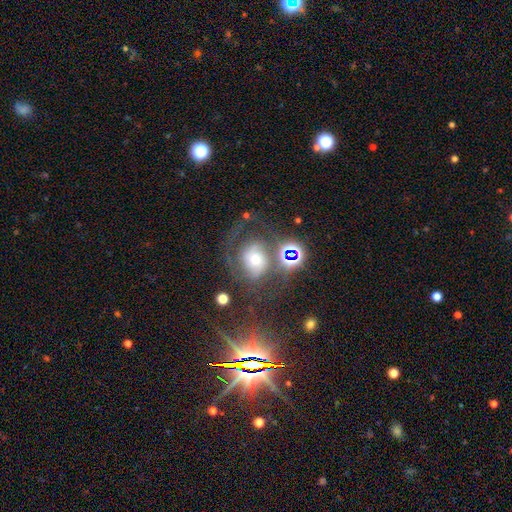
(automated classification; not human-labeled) smooth_or_featured: featured or disk (p=0.58) [alt: star or artifact p=0.26]
disk_edge_on: no (p=0.95) [alt: yes p=0.05]
bar: no (p=0.66) [alt: weak p=0.23]
has_spiral_arms: yes (p=0.78) [alt: no p=0.22]
bulge_size: moderate (p=0.53) [alt: small p=0.35]
merging: none (p=0.54) [alt: major disturbance p=0.20]